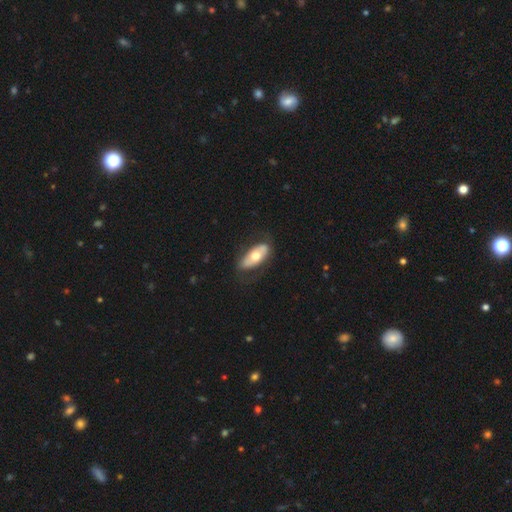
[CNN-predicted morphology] This appears to be a smooth galaxy with no disk features (51%) that is in between round and cigar-shaped (85%). Merging: none (72%).